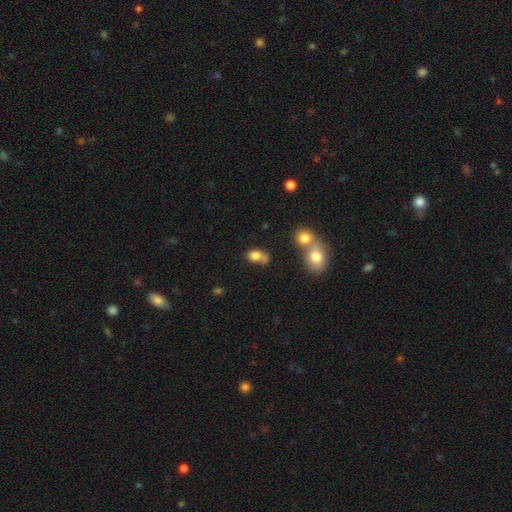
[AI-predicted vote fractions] Smooth or featured?
  - smooth: 80% *
  - featured or disk: 11%
  - star or artifact: 10%
How rounded?
  - in between: 80% *
  - round: 18%
  - cigar-shaped: 2%
Merging?
  - none: 38% *
  - minor disturbance: 26%
  - merger: 23%
  - major disturbance: 13%